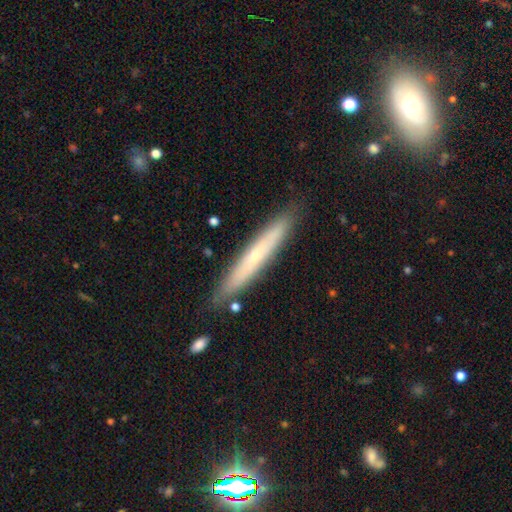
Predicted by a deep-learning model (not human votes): Q: Smooth or featured?
A: smooth (51%); runner-up: featured or disk (42%)
Q: How rounded?
A: cigar-shaped (95%); runner-up: in between (4%)
Q: Merging?
A: none (87%); runner-up: minor disturbance (9%)